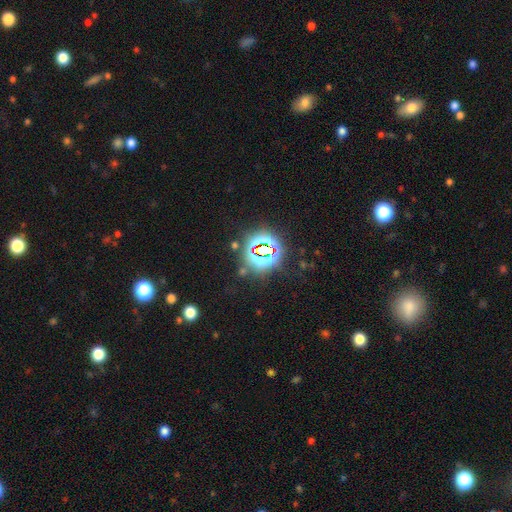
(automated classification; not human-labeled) Smooth or featured: star or artifact — 80% (smooth — 12%)